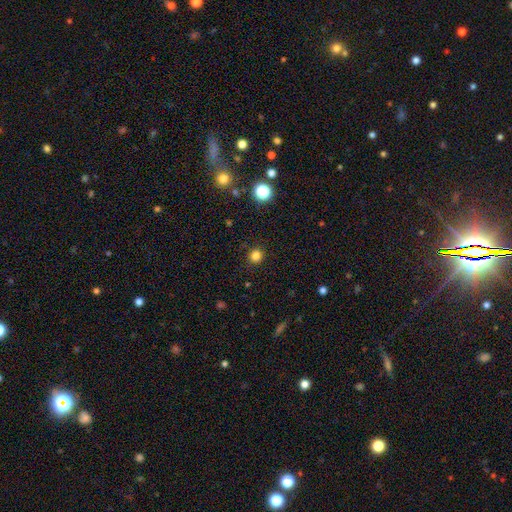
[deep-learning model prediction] Smooth or featured: smooth — 82% (star or artifact — 14%)
How rounded: round — 91% (in between — 8%)
Merging: none — 91% (minor disturbance — 6%)